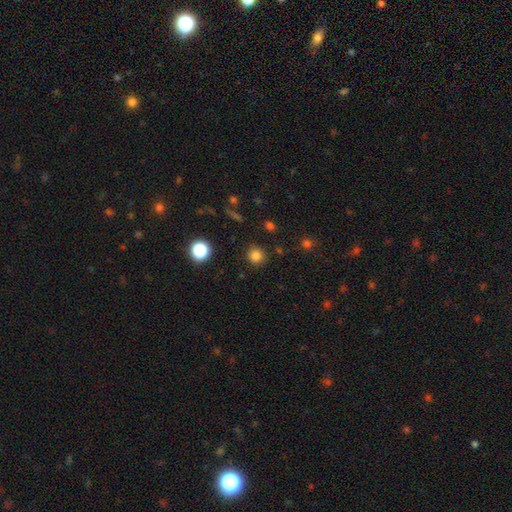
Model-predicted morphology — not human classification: Smooth or featured? Predicted: smooth (p=0.81). How rounded? Predicted: round (p=0.92). Merging? Predicted: none (p=0.88).